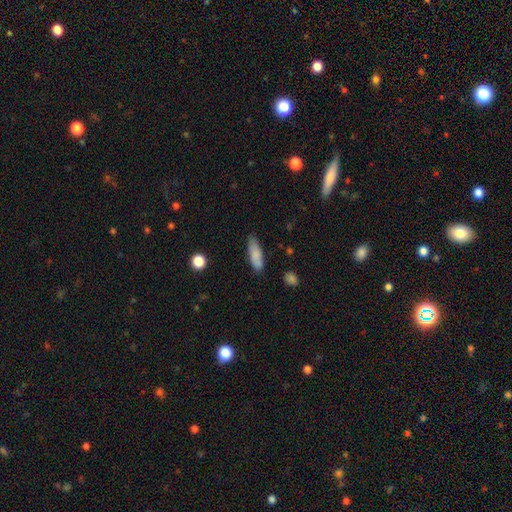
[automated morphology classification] A smooth galaxy with no disk features (82%) that is in between round and cigar-shaped (56%). Merging: none (75%).